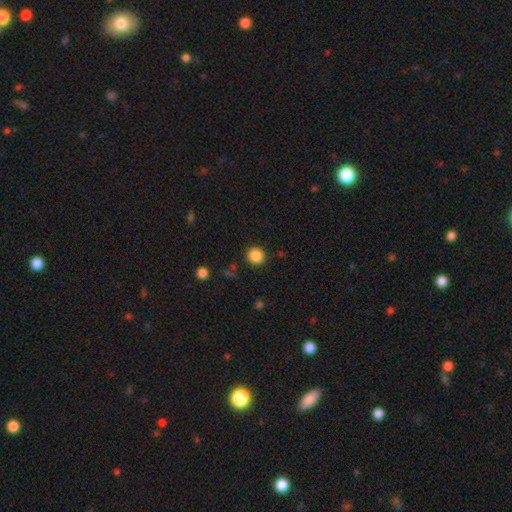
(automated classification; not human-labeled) Smooth or featured: smooth — 87% (star or artifact — 10%)
How rounded: round — 93% (in between — 6%)
Merging: none — 89% (minor disturbance — 6%)